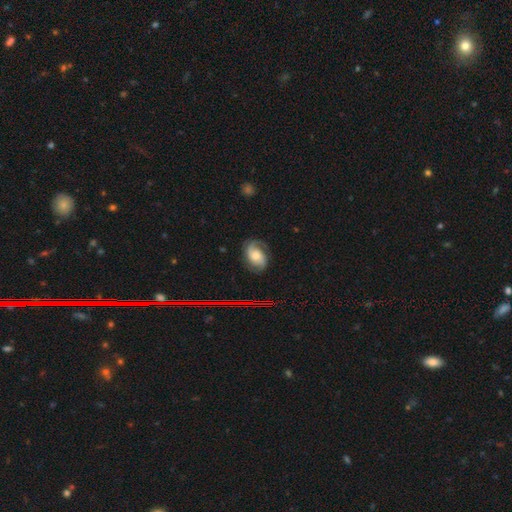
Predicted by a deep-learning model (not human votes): Smooth or featured? featured or disk (78%)
Edge-on disk? no (97%)
Bar? no (61%)
Spiral arms? yes (96%)
Spiral winding? medium (47%)
Spiral arm count? 2 (83%)
Bulge size? moderate (50%)
Merging? none (74%)